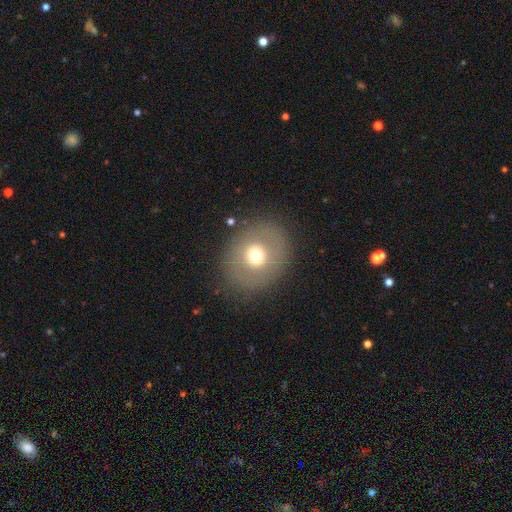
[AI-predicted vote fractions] smooth-or-featured: smooth: 58% | featured or disk: 30% | star or artifact: 11%
  how-rounded: round: 76% | in between: 23% | cigar-shaped: 1%
  merging: none: 84% | minor disturbance: 9% | major disturbance: 6% | merger: 1%